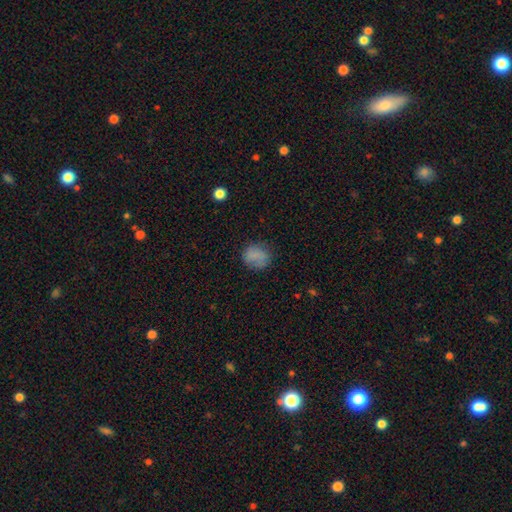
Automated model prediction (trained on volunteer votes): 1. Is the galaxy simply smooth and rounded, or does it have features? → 80% smooth, 11% star or artifact, 9% featured or disk.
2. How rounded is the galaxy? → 70% round, 29% in between, 1% cigar-shaped.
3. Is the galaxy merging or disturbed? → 74% none, 18% minor disturbance, 7% major disturbance, 2% merger.